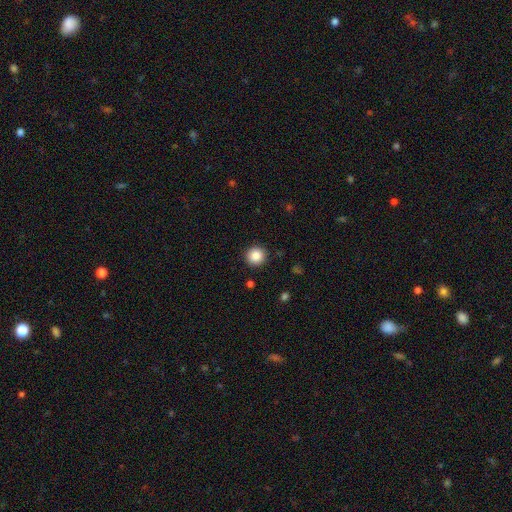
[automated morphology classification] smooth 87%, star or artifact 9%, featured or disk 4%. Down the decision tree: how rounded — round (95%); merging — none (92%).